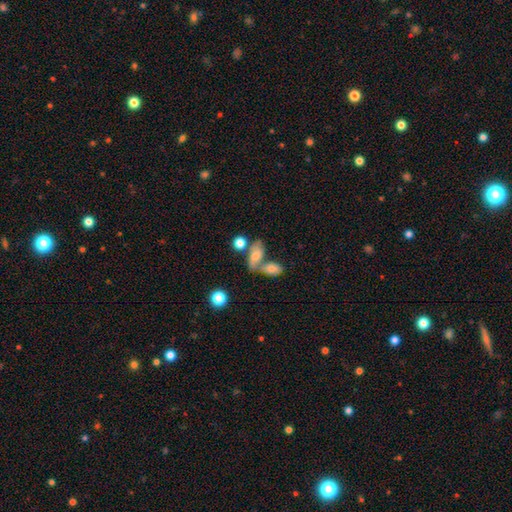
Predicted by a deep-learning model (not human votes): A smooth galaxy with no disk features (65%) that is in between round and cigar-shaped (82%). Merging: merger (49%).